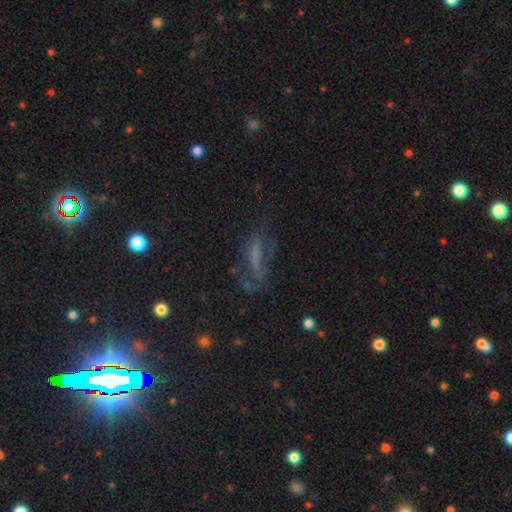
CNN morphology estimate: Smooth or featured? featured or disk (39%)
Merging? none (45%)